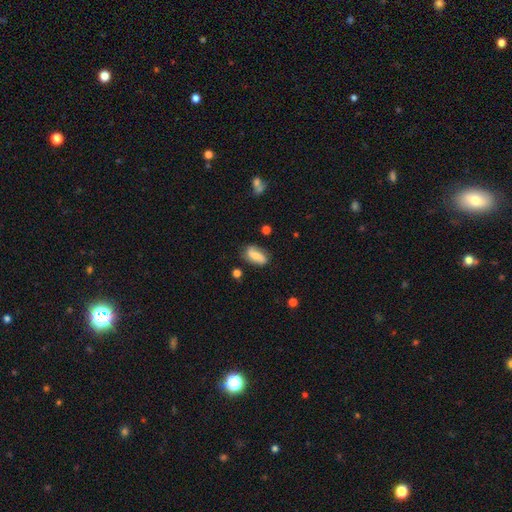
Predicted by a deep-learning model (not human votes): Smooth or featured: smooth — 54% (featured or disk — 37%)
How rounded: in between — 85% (cigar-shaped — 9%)
Merging: none — 72% (minor disturbance — 20%)